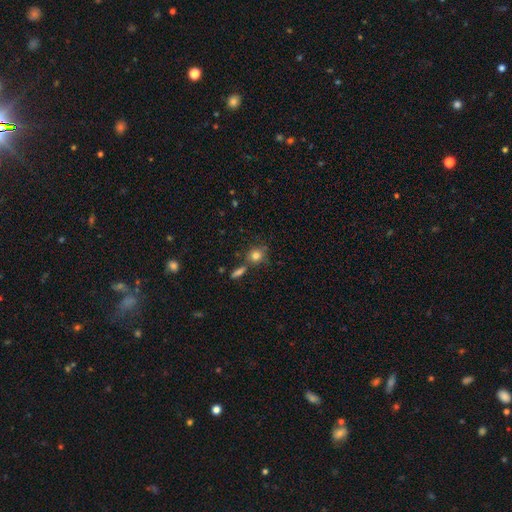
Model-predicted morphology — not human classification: Overall: smooth (80%). How rounded: round (77%). Merging: none (66%).